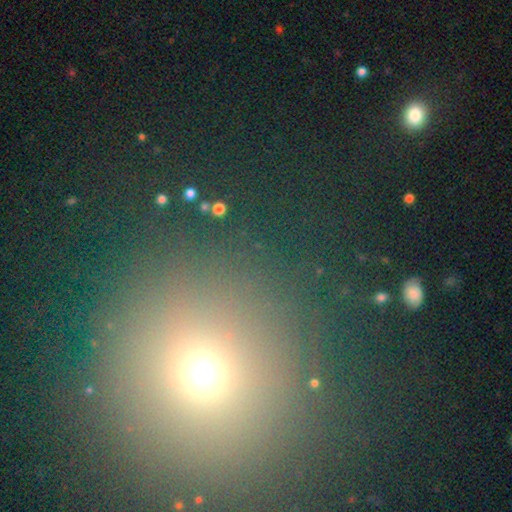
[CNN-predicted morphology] smooth-or-featured: star or artifact: 46% | smooth: 44% | featured or disk: 9%